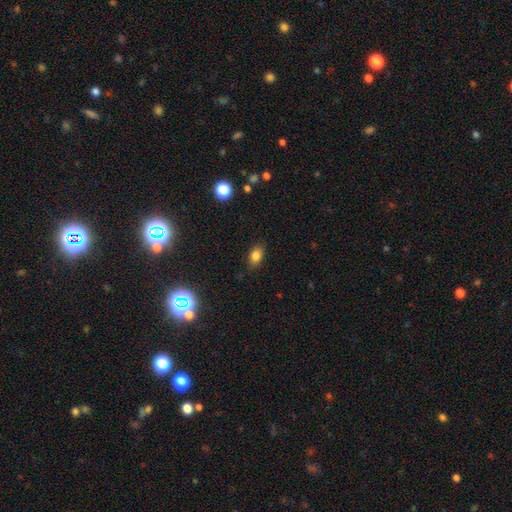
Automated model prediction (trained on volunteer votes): Q: Smooth or featured?
A: smooth (81%); runner-up: star or artifact (11%)
Q: How rounded?
A: in between (85%); runner-up: round (12%)
Q: Merging?
A: none (82%); runner-up: minor disturbance (14%)